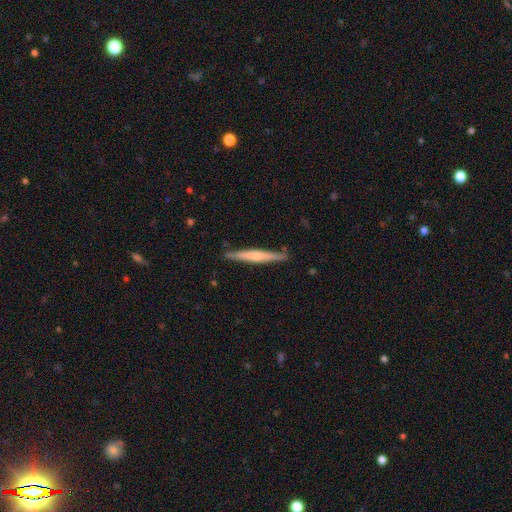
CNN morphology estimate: Smooth or featured: featured or disk — 52% (smooth — 43%)
Edge-on disk: yes — 97% (no — 3%)
Edge-on bulge: rounded — 49% (none — 32%)
Merging: none — 87% (minor disturbance — 10%)